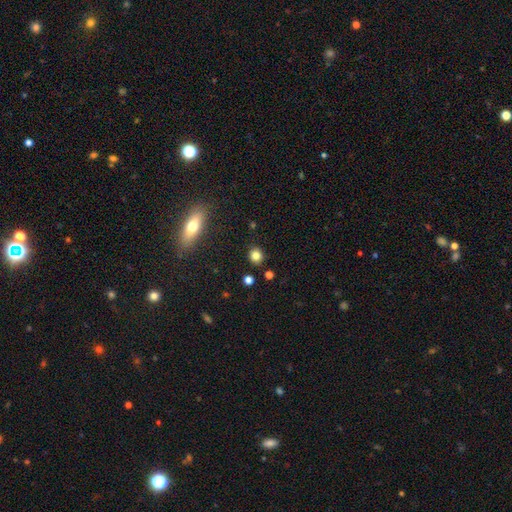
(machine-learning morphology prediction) This appears to be a smooth galaxy with no disk features (82%) that is round (79%). Merging: none (87%).